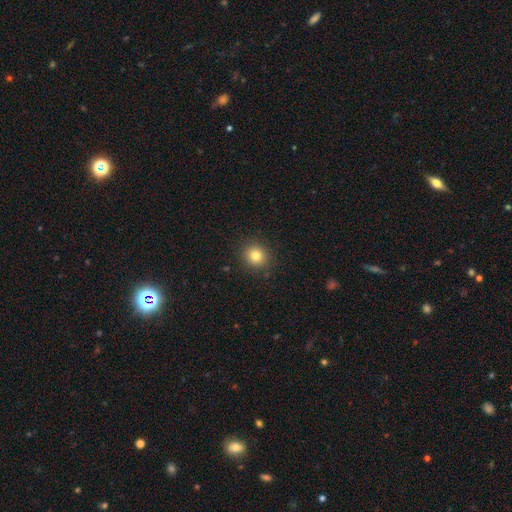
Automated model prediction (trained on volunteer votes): Smooth or featured: smooth — 81% (star or artifact — 12%)
How rounded: round — 88% (in between — 11%)
Merging: none — 90% (minor disturbance — 7%)